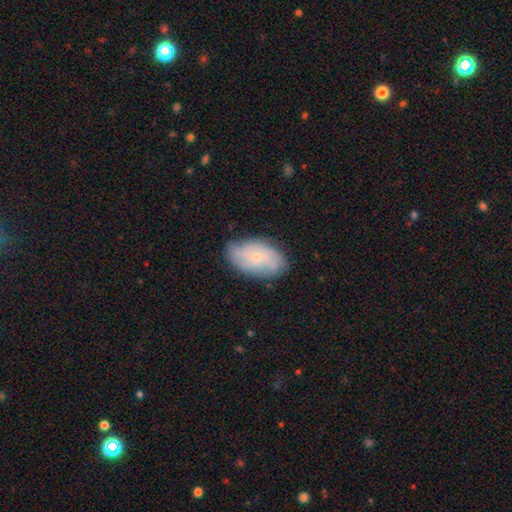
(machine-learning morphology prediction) Smooth or featured? Predicted: featured or disk (p=0.56). Edge-on disk? Predicted: no (p=0.95). Bar? Predicted: no (p=0.81). Spiral arms? Predicted: yes (p=0.85). Bulge size? Predicted: small (p=0.78). Merging? Predicted: none (p=0.78).